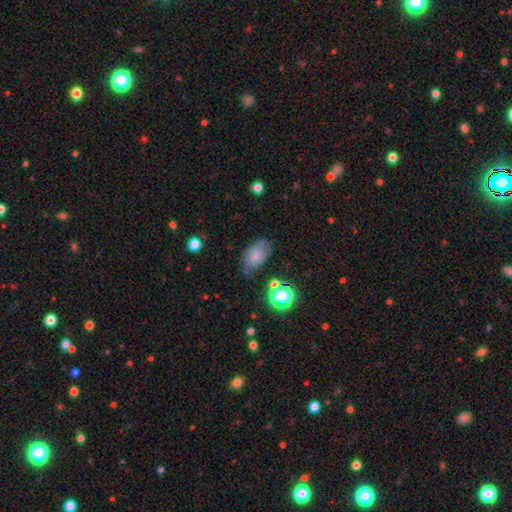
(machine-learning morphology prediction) This appears to be a smooth galaxy with no disk features (66%) that is in between round and cigar-shaped (87%). Merging: none (58%).